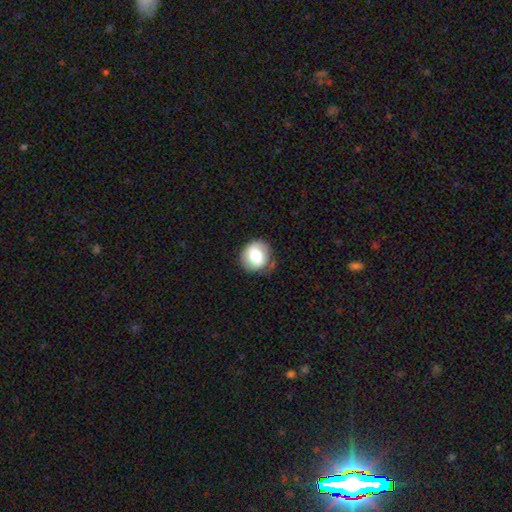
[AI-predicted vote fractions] smooth 74%, featured or disk 18%, star or artifact 8%. Down the decision tree: how rounded — round (81%); merging — none (71%).